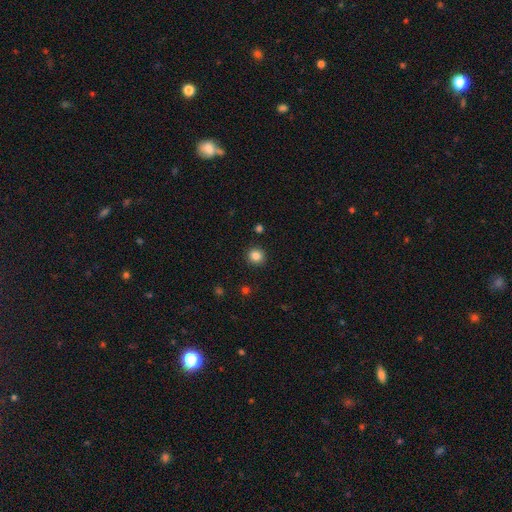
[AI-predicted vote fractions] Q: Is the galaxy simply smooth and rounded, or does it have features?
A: smooth — 85%.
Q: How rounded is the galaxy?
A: round — 92%.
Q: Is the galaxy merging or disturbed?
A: none — 92%.